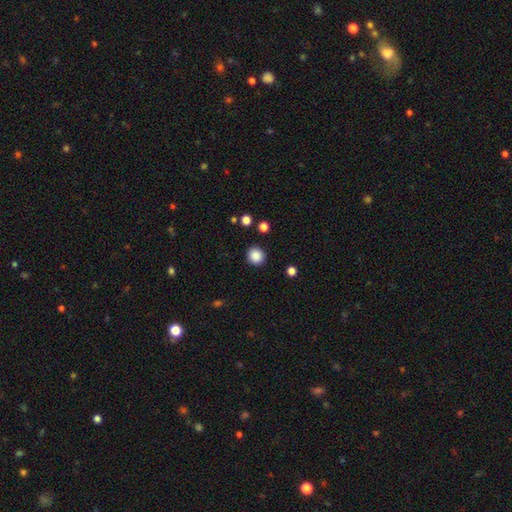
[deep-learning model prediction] Morphology: type=smooth (87%); roundness=round (91%); merging=none (90%).